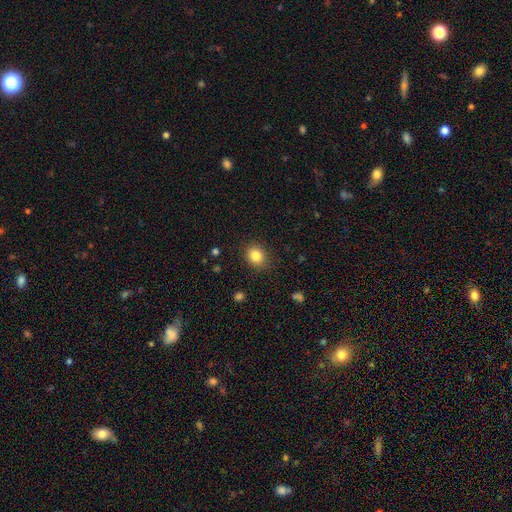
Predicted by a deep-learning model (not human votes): The model was most divided on "how rounded": round: 60%, in between: 40%, cigar-shaped: 1%. More confident: merging — none (87%); smooth or featured — smooth (84%).